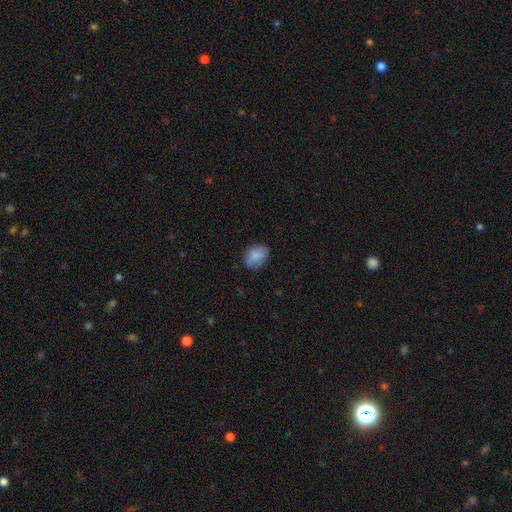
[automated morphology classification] Smooth or featured?
  - smooth: 84% *
  - featured or disk: 9%
  - star or artifact: 7%
How rounded?
  - in between: 61% *
  - round: 38%
  - cigar-shaped: 1%
Merging?
  - none: 79% *
  - minor disturbance: 17%
  - major disturbance: 3%
  - merger: 1%